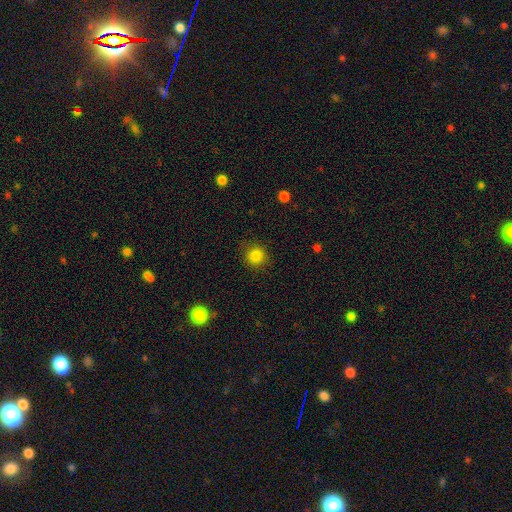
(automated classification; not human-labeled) This appears to be a smooth galaxy with no disk features (84%) that is round (92%). Merging: none (88%).